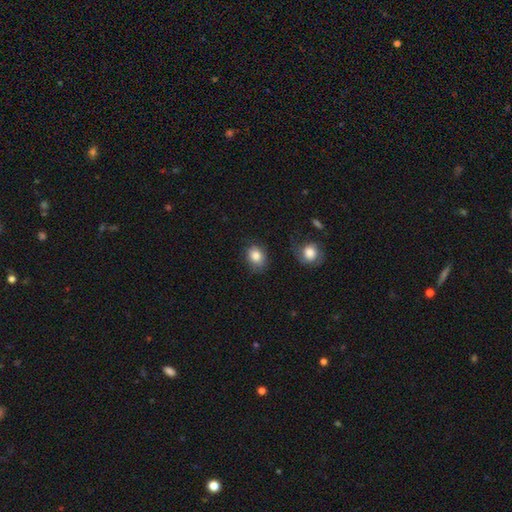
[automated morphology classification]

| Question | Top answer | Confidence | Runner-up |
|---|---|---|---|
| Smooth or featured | smooth | 85% | star or artifact (8%) |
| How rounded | in between | 51% | round (49%) |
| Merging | none | 66% | minor disturbance (23%) |